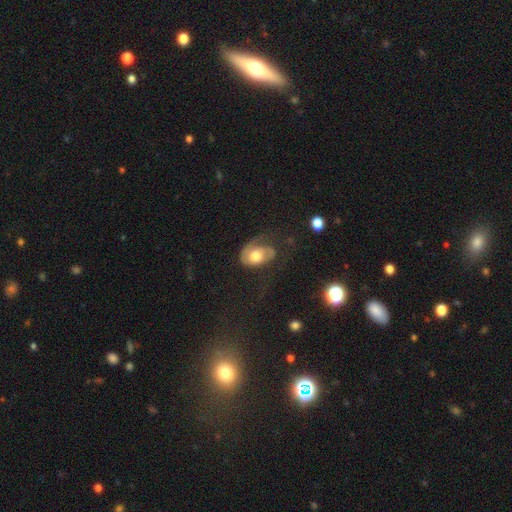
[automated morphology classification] Smooth or featured? featured or disk (60%)
Edge-on disk? no (96%)
Bar? no (77%)
Spiral arms? yes (81%)
Bulge size? moderate (58%)
Merging? none (38%)